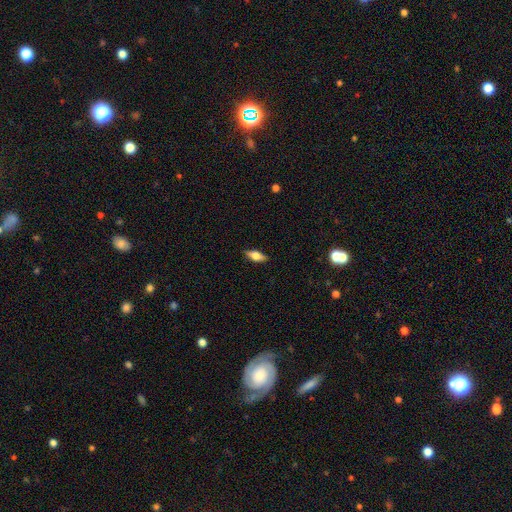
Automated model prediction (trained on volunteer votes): smooth 59%, featured or disk 34%, star or artifact 7%. Down the decision tree: how rounded — in between (73%); merging — none (88%).